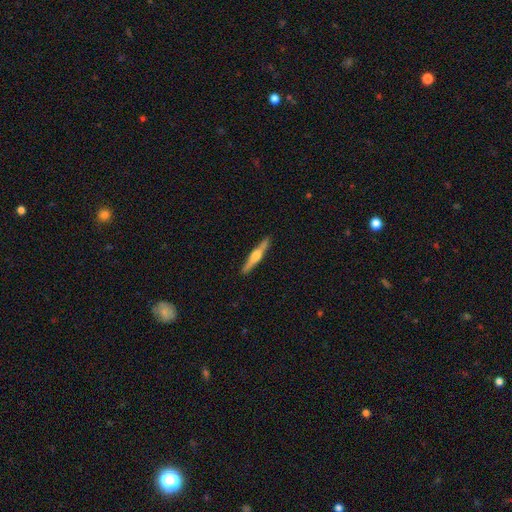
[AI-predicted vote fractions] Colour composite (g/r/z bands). It shows a featured or disk galaxy (65%) viewed edge-on (97%) with a rounded central bulge (88%). Merging: none (89%).